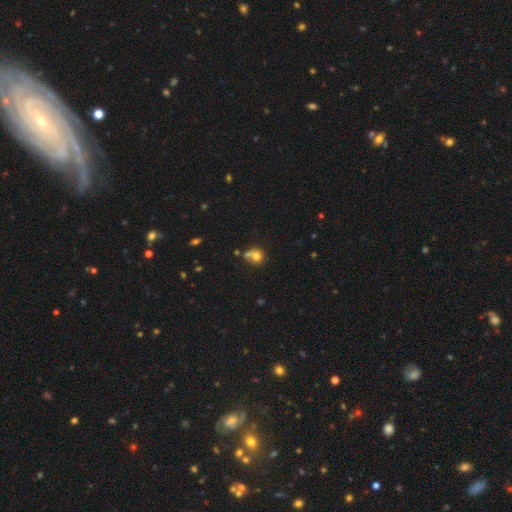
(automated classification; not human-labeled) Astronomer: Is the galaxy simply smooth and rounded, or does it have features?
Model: smooth — 75%.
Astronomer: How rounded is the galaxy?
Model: round — 80%.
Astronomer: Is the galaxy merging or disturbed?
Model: none — 43% (runner-up: merger, 34%).